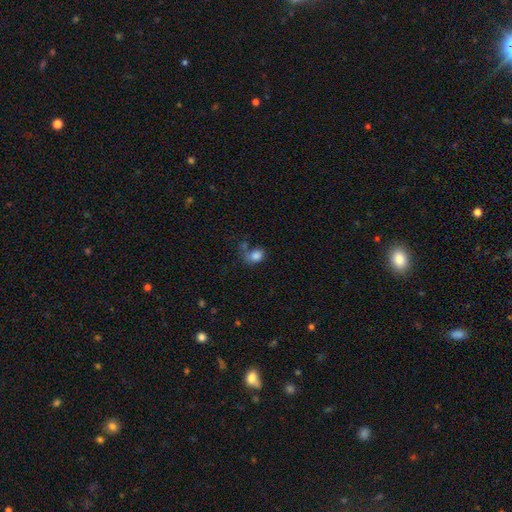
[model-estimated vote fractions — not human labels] Smooth or featured: smooth — 82% (star or artifact — 10%)
How rounded: in between — 60% (round — 39%)
Merging: none — 41% (minor disturbance — 22%)